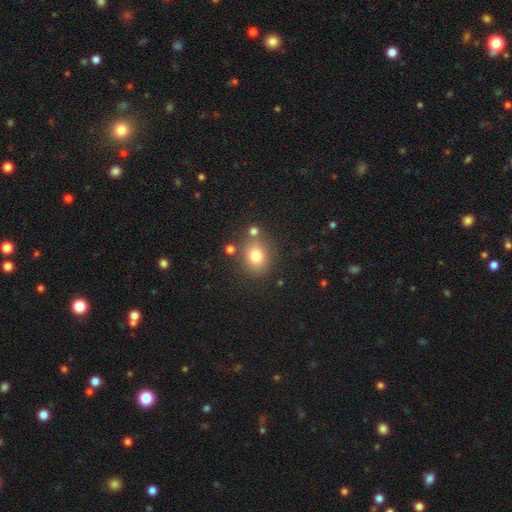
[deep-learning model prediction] A smooth galaxy with no disk features (78%) that is round (63%). Merging: none (73%).